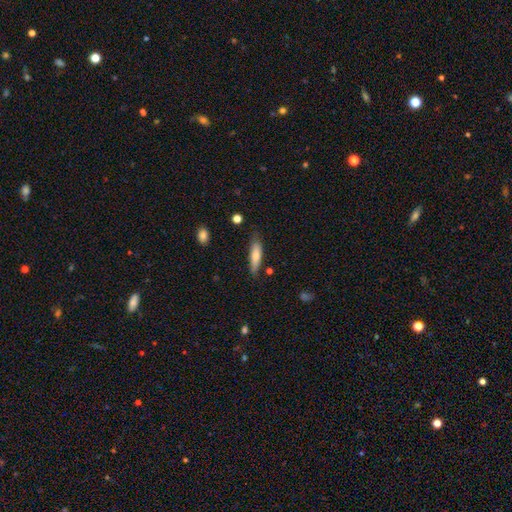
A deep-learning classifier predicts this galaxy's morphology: smooth_or_featured: smooth (p=0.72) [alt: featured or disk p=0.22]
how_rounded: cigar-shaped (p=0.68) [alt: in between p=0.31]
merging: none (p=0.74) [alt: minor disturbance p=0.19]